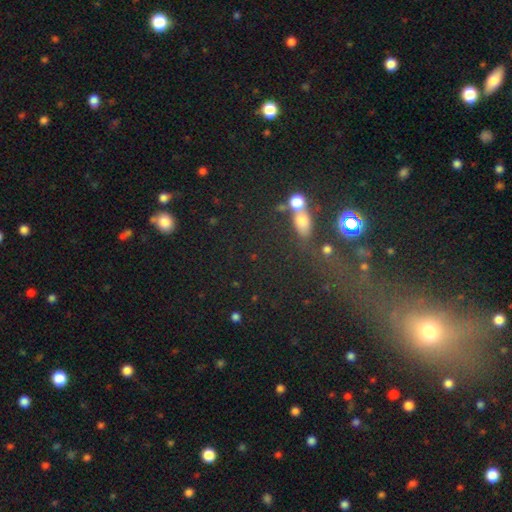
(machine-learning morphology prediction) Smooth or featured?
  - star or artifact: 45% *
  - smooth: 40%
  - featured or disk: 15%